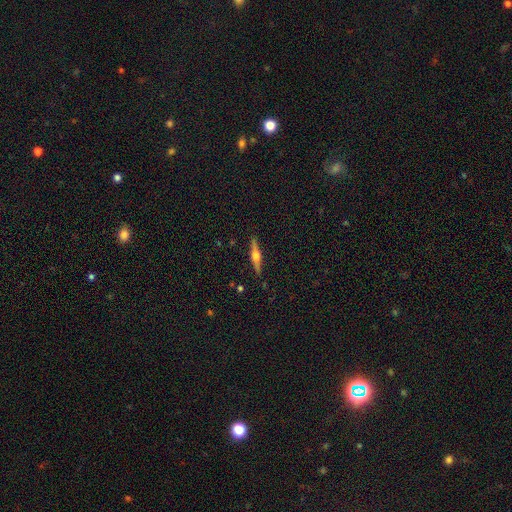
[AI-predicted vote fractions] The model was most divided on "smooth or featured": featured or disk: 76%, smooth: 18%, star or artifact: 6%. More confident: edge-on disk — yes (98%); edge-on bulge — rounded (91%); merging — none (90%).